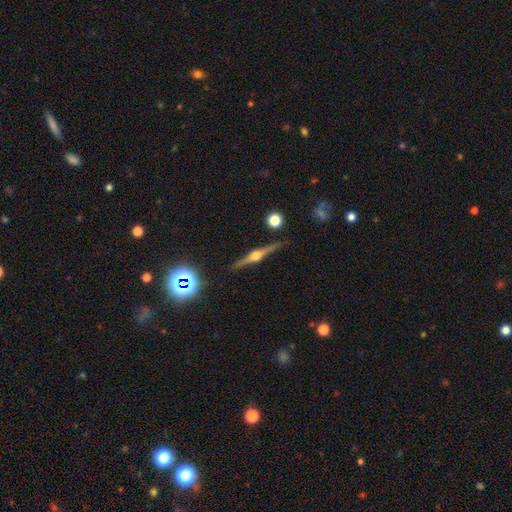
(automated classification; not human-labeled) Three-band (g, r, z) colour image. It shows a featured or disk galaxy (82%) viewed edge-on (98%) with a rounded central bulge (94%). Merging: none (90%).